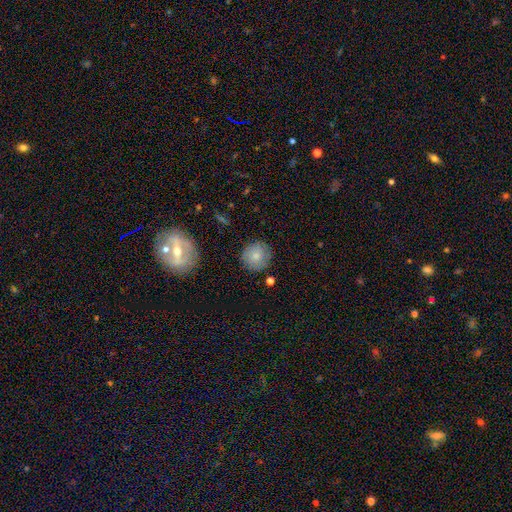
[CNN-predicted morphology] Smooth or featured? Predicted: smooth (p=0.75). How rounded? Predicted: round (p=0.93). Merging? Predicted: none (p=0.83).